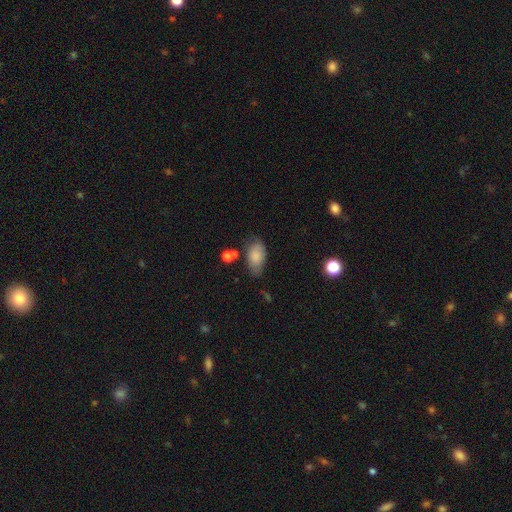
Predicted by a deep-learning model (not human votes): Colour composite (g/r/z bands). It shows a smooth galaxy with no disk features (81%) that is in between round and cigar-shaped (92%). Merging: none (61%).